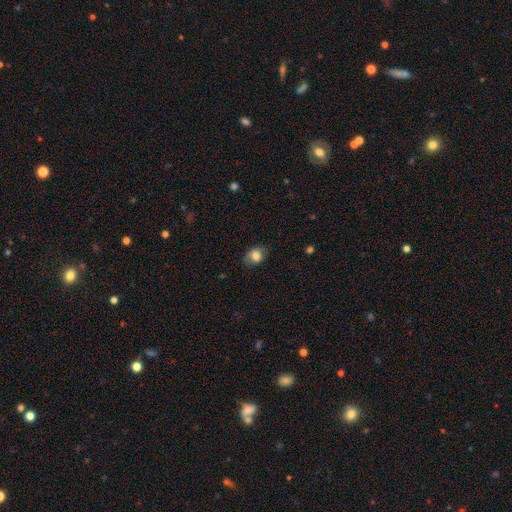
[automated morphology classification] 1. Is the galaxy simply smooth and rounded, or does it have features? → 79% smooth, 12% featured or disk, 9% star or artifact.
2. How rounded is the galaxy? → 62% in between, 37% round, 1% cigar-shaped.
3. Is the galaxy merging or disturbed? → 72% none, 21% minor disturbance, 6% major disturbance, 1% merger.